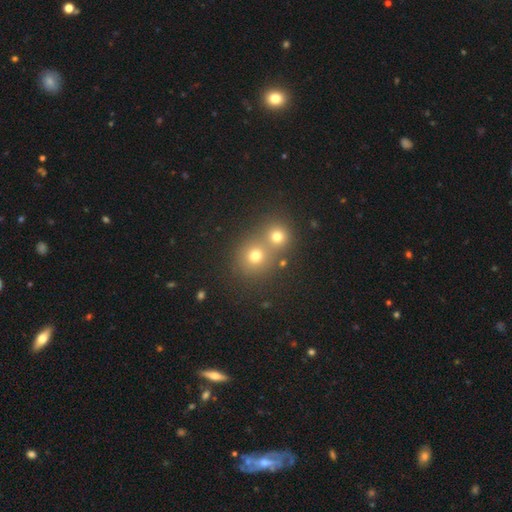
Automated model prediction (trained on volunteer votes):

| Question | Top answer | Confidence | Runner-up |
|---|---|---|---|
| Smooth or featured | smooth | 70% | star or artifact (19%) |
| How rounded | round | 84% | in between (15%) |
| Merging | none | 49% | merger (43%) |